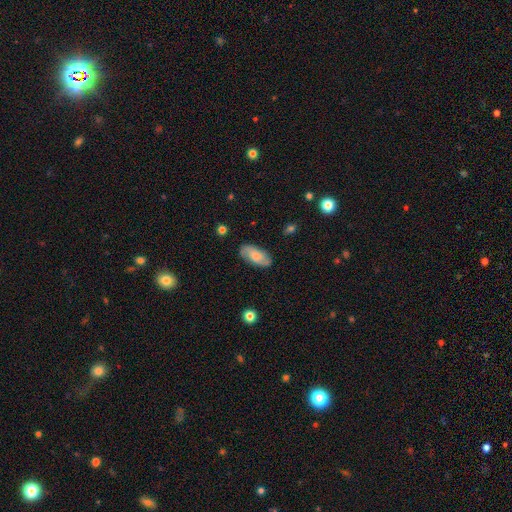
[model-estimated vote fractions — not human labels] This is possibly a smooth galaxy (47%). Merging: clearly none (82%).